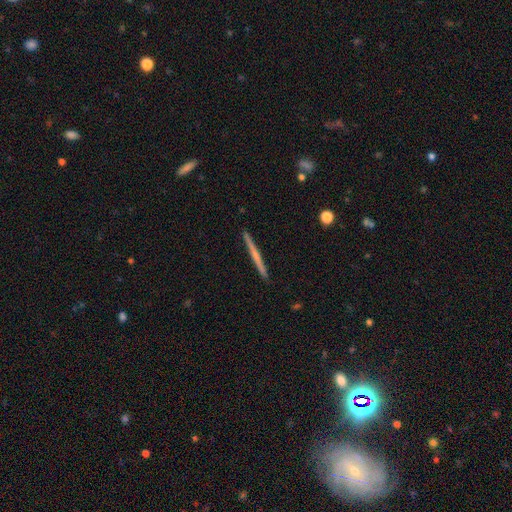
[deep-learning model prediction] Morphology: type=featured or disk (56%); edge-on=yes (98%); edge-on bulge=none (74%); merging=none (93%).